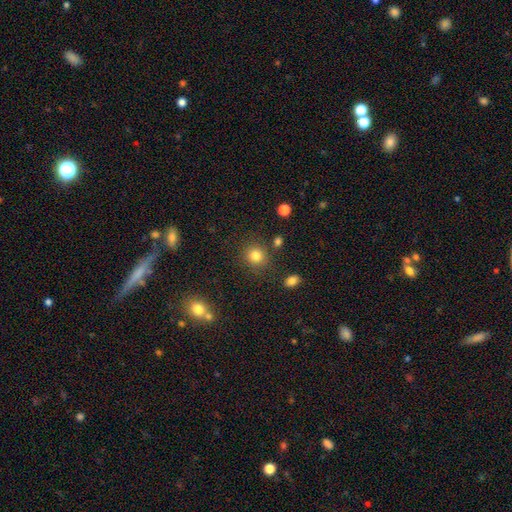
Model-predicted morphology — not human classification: This is clearly a smooth galaxy (82%). How rounded: clearly round (86%). Merging: clearly none (83%).